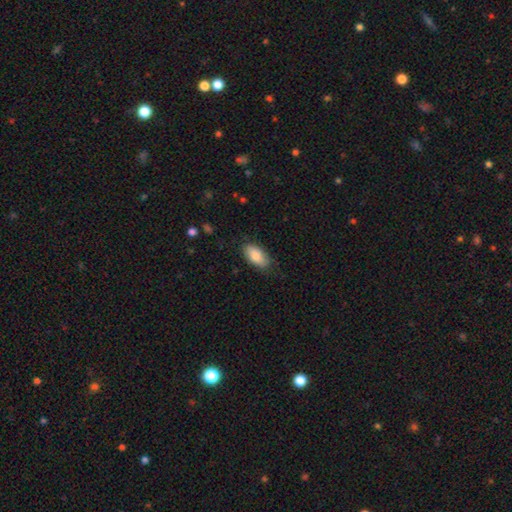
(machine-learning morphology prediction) Overall: smooth (85%). How rounded: in between (93%). Merging: none (80%).